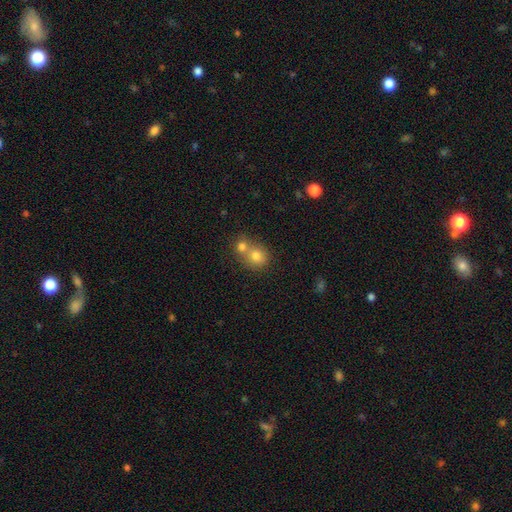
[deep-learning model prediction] Smooth or featured? Predicted: smooth (p=0.76). How rounded? Predicted: round (p=0.81). Merging? Predicted: merger (p=0.56).